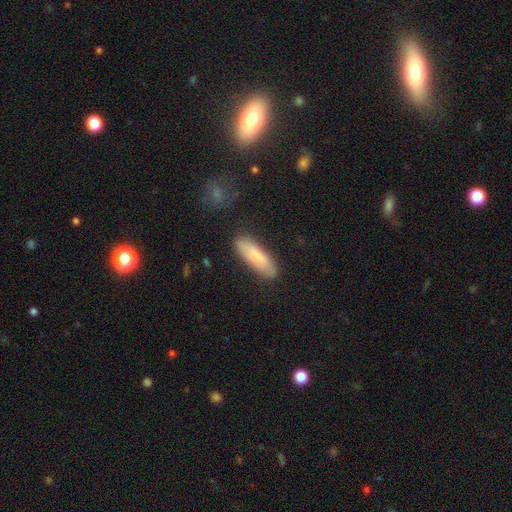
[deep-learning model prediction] The model was most divided on "how rounded": cigar-shaped: 60%, in between: 39%, round: 2%. More confident: merging — none (83%); smooth or featured — smooth (80%).